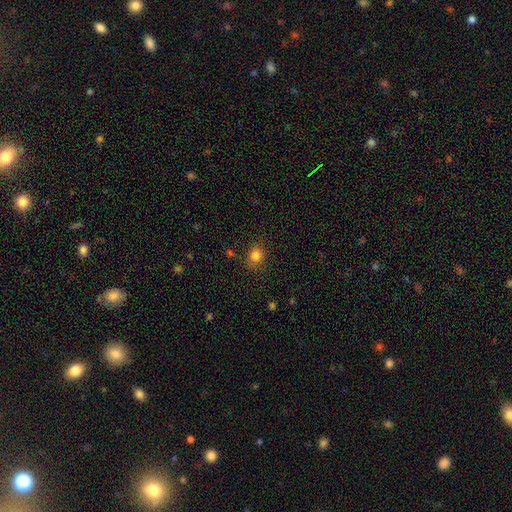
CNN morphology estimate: type=smooth (82%); roundness=round (68%); merging=none (82%).